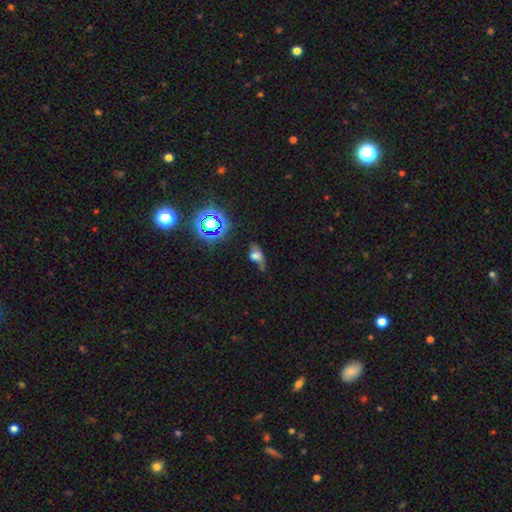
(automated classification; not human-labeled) smooth_or_featured: smooth (p=0.50) [alt: featured or disk p=0.29]
how_rounded: in between (p=0.73) [alt: round p=0.19]
merging: minor disturbance (p=0.33) [tied with: none p=0.33]